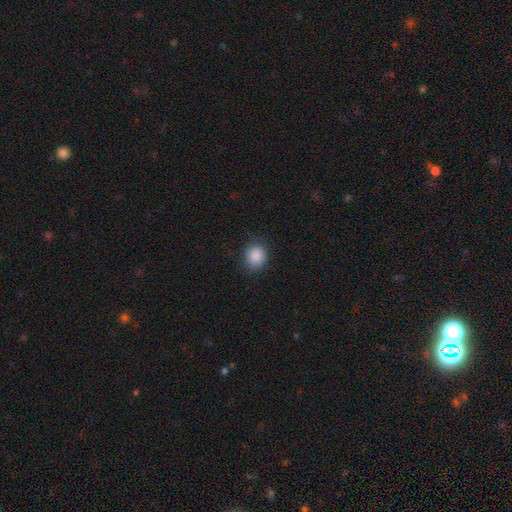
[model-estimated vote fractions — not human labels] This is clearly a smooth galaxy (88%). How rounded: likely round (79%). Merging: clearly none (85%).